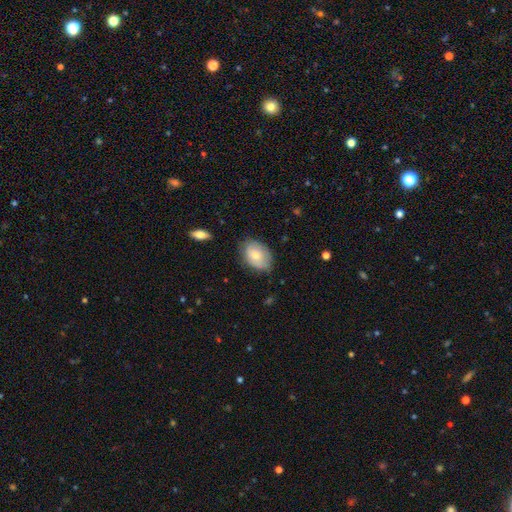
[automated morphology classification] This is likely a smooth galaxy (73%). How rounded: clearly in between (82%). Merging: likely none (68%).